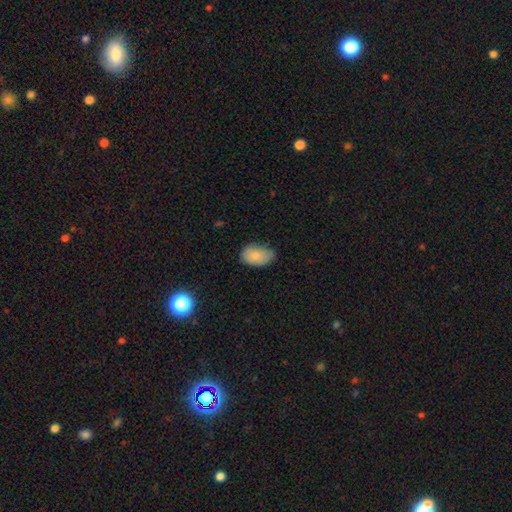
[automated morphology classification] Smooth or featured: smooth — 83% (featured or disk — 9%)
How rounded: in between — 91% (round — 8%)
Merging: none — 64% (minor disturbance — 30%)